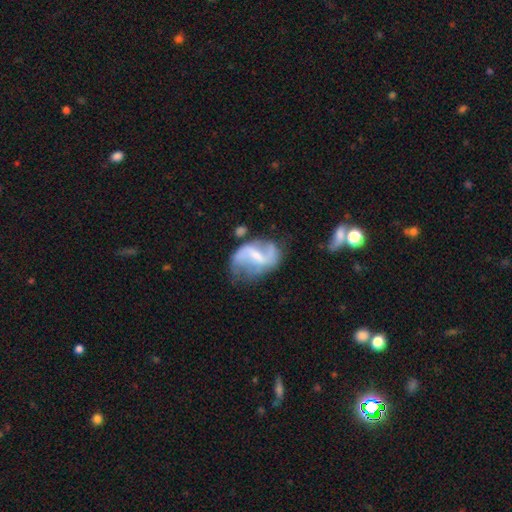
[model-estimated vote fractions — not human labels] This is clearly a featured or disk galaxy (82%). It is clearly not viewed edge-on (97%). Bar: possibly weak (48%). Spiral arm pattern: clearly yes (90%). Spiral arm count: clearly 2 (85%). Spiral winding: likely loose (64%). Central bulge: possibly small (55%). Merging: possibly none (52%).